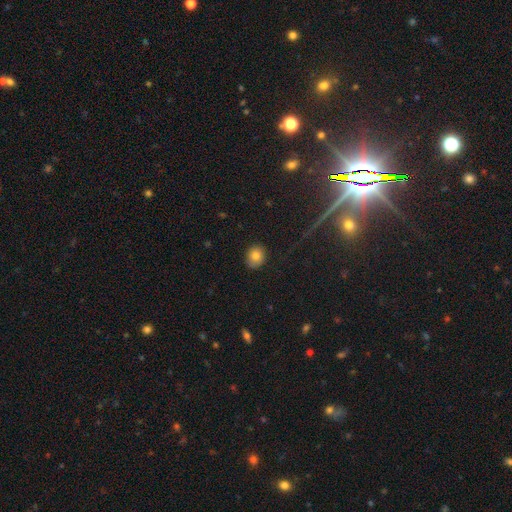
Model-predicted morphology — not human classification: smooth_or_featured: smooth (p=0.79) [alt: star or artifact p=0.12]
how_rounded: round (p=0.67) [alt: in between p=0.32]
merging: none (p=0.86) [alt: minor disturbance p=0.11]